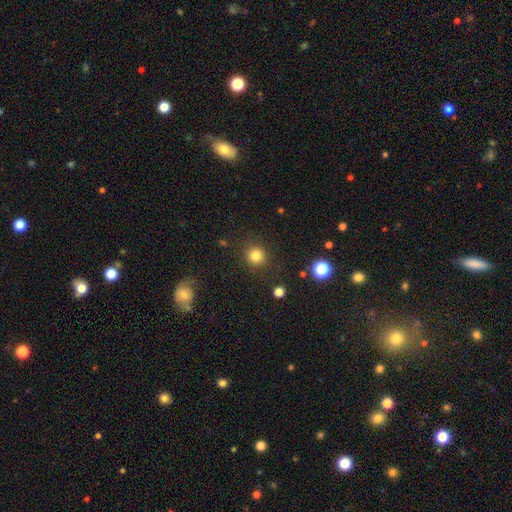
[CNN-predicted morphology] This appears to be a smooth galaxy with no disk features (82%) that is round (92%). Merging: none (89%).